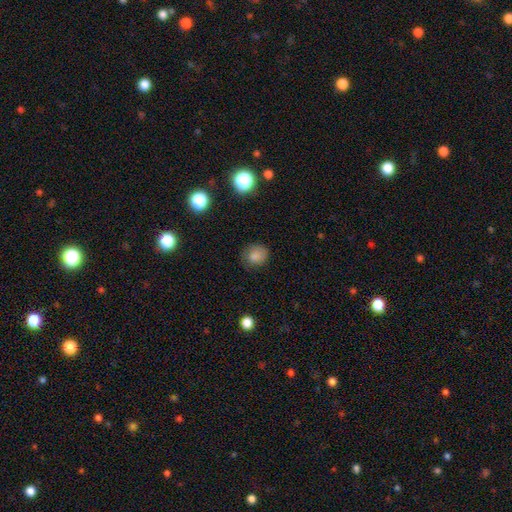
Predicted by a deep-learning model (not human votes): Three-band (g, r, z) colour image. It shows a smooth galaxy with no disk features (82%) that is round (75%). Merging: none (75%).